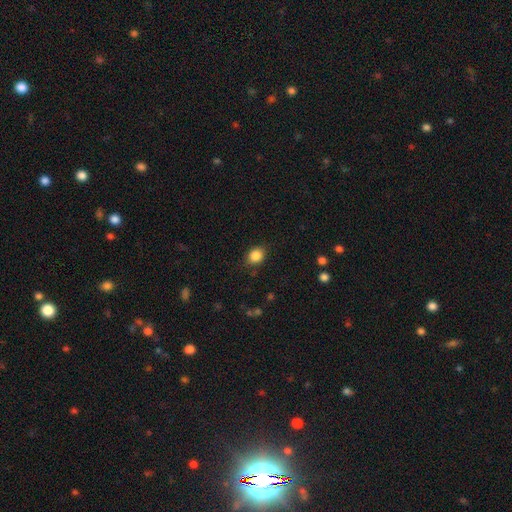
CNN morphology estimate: Smooth or featured?
  - smooth: 86% *
  - star or artifact: 10%
  - featured or disk: 4%
How rounded?
  - round: 52% *
  - in between: 47%
  - cigar-shaped: 1%
Merging?
  - none: 81% *
  - minor disturbance: 14%
  - major disturbance: 4%
  - merger: 1%